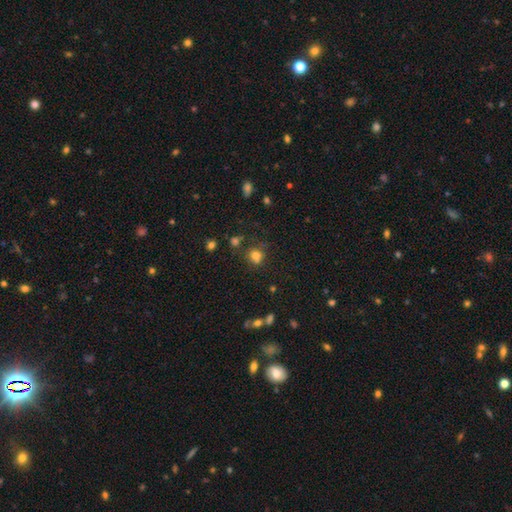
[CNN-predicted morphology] Smooth or featured: smooth — 76% (star or artifact — 16%)
How rounded: round — 77% (in between — 22%)
Merging: none — 64% (minor disturbance — 17%)